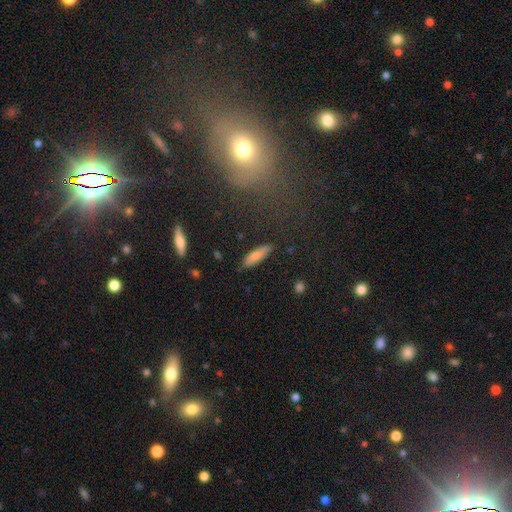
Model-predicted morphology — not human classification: Smooth or featured: smooth — 81% (featured or disk — 12%)
How rounded: cigar-shaped — 63% (in between — 35%)
Merging: none — 84% (minor disturbance — 12%)